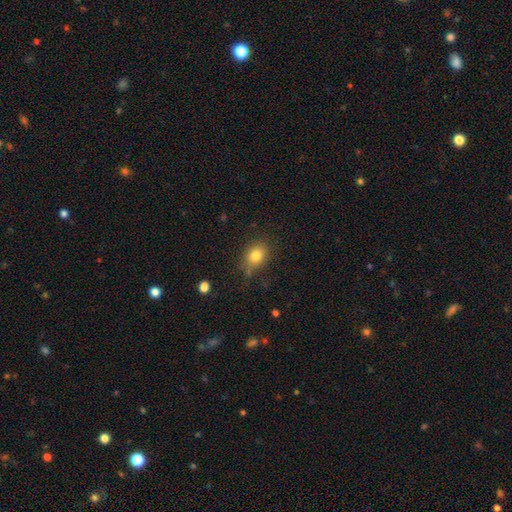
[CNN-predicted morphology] smooth_or_featured: smooth (p=0.80) [alt: star or artifact p=0.11]
how_rounded: in between (p=0.56) [alt: round p=0.43]
merging: none (p=0.73) [alt: minor disturbance p=0.18]